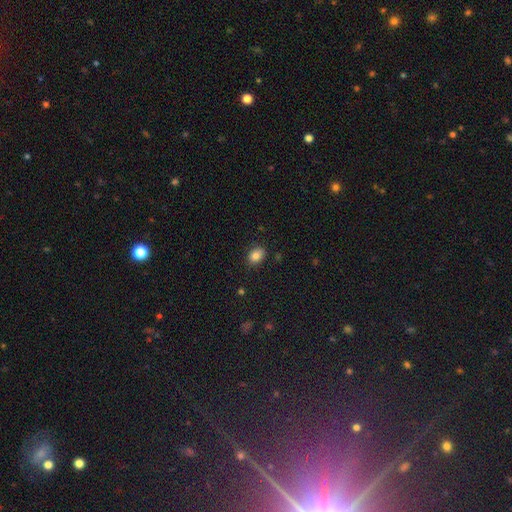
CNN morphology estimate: Q: Smooth or featured?
A: smooth (85%); runner-up: star or artifact (10%)
Q: How rounded?
A: in between (67%); runner-up: round (32%)
Q: Merging?
A: none (84%); runner-up: minor disturbance (12%)